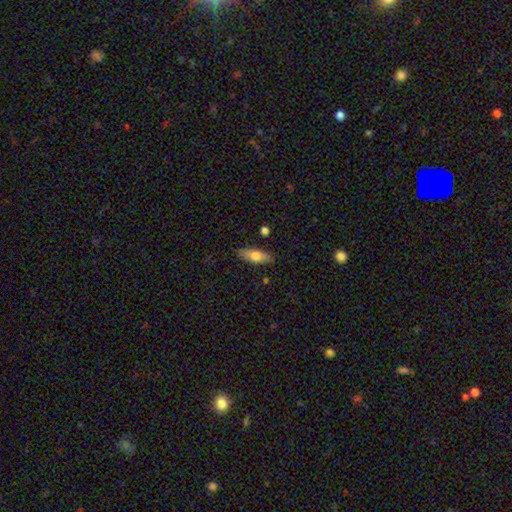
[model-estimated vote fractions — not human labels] Overall: smooth (71%). How rounded: in between (66%; cigar-shaped 31%). Merging: none (86%).